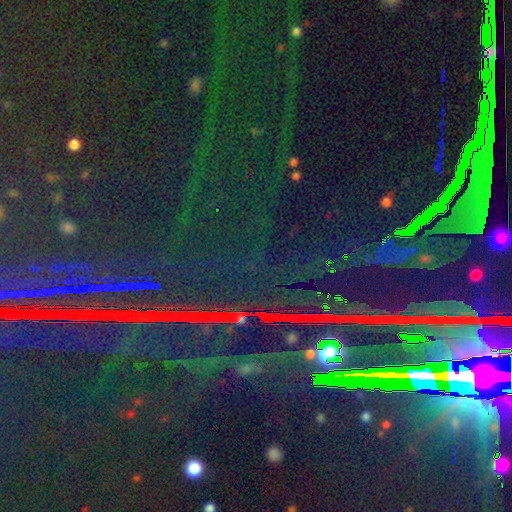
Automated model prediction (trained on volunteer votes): smooth-or-featured: star or artifact: 87% | featured or disk: 7% | smooth: 6%